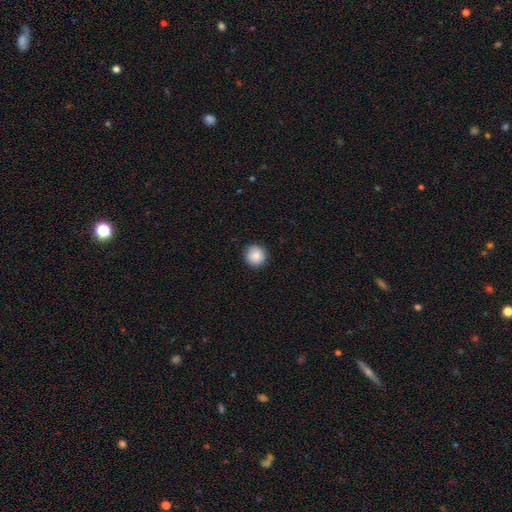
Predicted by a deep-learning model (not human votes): Smooth or featured: smooth — 86% (star or artifact — 8%)
How rounded: round — 93% (in between — 6%)
Merging: none — 91% (minor disturbance — 6%)